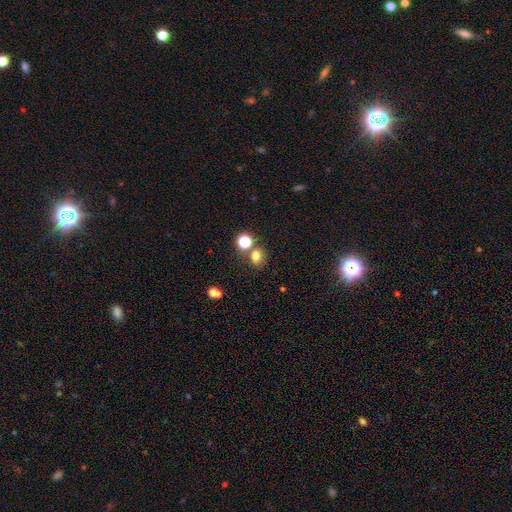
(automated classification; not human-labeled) A smooth galaxy with no disk features (73%) that is round (60%). Merging: none (64%).